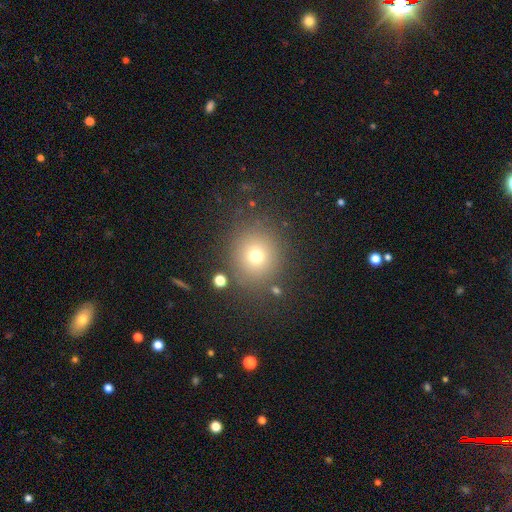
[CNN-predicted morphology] This appears to be a smooth galaxy with no disk features (71%) that is round (87%). Merging: none (83%).